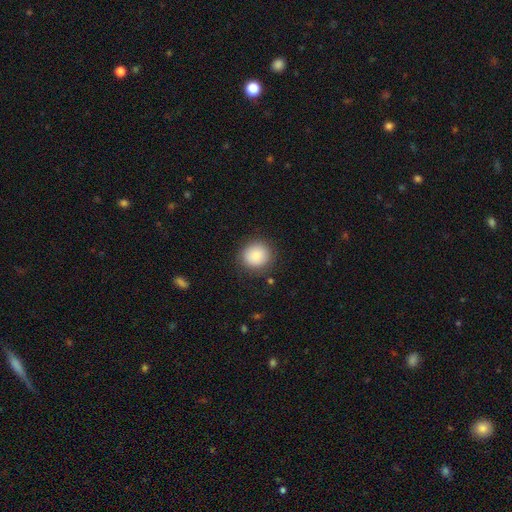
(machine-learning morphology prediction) Q: Smooth or featured?
A: smooth (87%); runner-up: star or artifact (8%)
Q: How rounded?
A: round (87%); runner-up: in between (12%)
Q: Merging?
A: none (87%); runner-up: minor disturbance (9%)